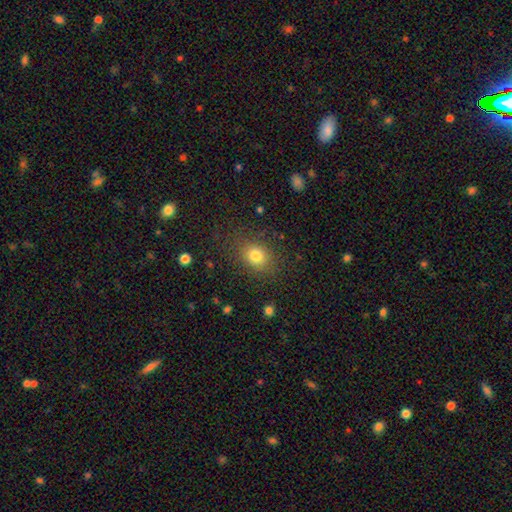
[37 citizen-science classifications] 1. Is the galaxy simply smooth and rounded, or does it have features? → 86% smooth, 8% featured or disk, 5% star or artifact.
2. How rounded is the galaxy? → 59% in between, 41% round, 0% cigar-shaped.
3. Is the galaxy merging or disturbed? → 86% none, 6% minor disturbance, 6% merger, 3% major disturbance.